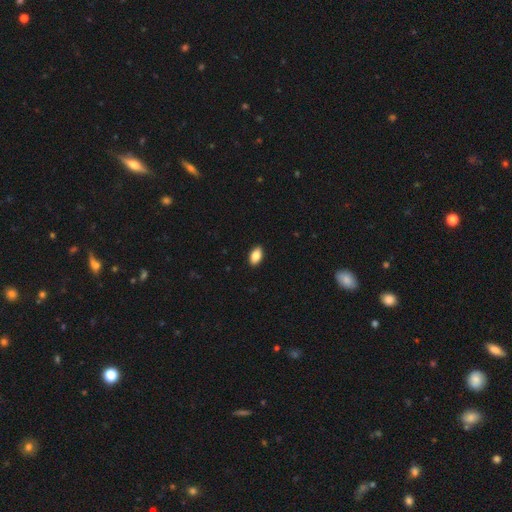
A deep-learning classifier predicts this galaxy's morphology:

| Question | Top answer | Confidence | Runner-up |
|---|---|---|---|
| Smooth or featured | smooth | 85% | featured or disk (8%) |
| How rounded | in between | 93% | round (5%) |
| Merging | none | 91% | minor disturbance (7%) |